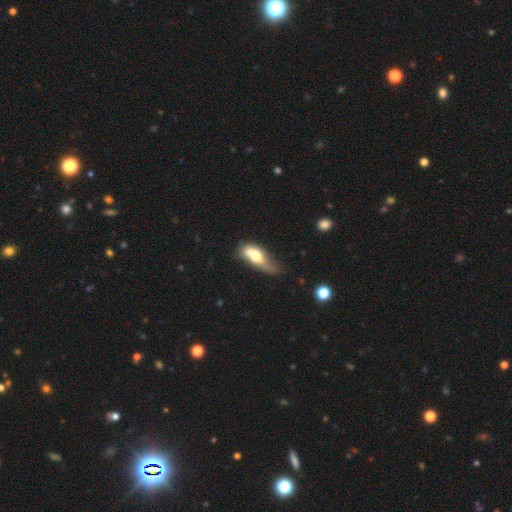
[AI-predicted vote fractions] Morphology: type=smooth (59%); roundness=in between (73%); merging=minor disturbance (29%).